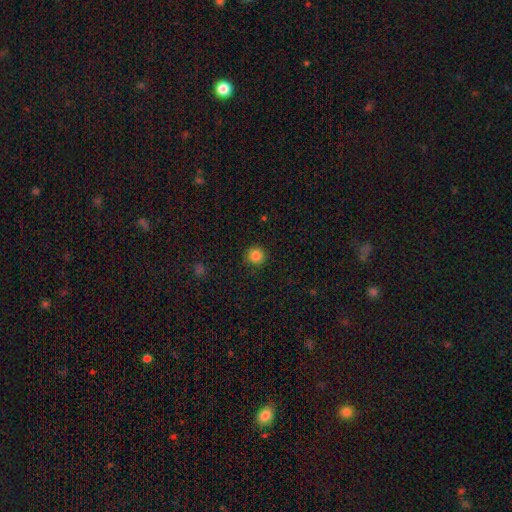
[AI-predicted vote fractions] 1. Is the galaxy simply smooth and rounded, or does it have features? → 84% smooth, 11% star or artifact, 4% featured or disk.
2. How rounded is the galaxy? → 94% round, 5% in between, 1% cigar-shaped.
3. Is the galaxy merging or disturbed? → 91% none, 6% minor disturbance, 2% major disturbance, 1% merger.